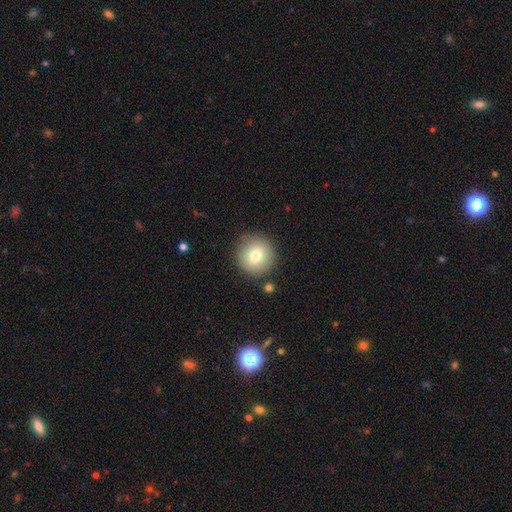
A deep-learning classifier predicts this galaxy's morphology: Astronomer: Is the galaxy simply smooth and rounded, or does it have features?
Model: smooth — 77%.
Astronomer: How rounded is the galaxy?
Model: round — 93%.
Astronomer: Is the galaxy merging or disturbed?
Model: none — 87%.